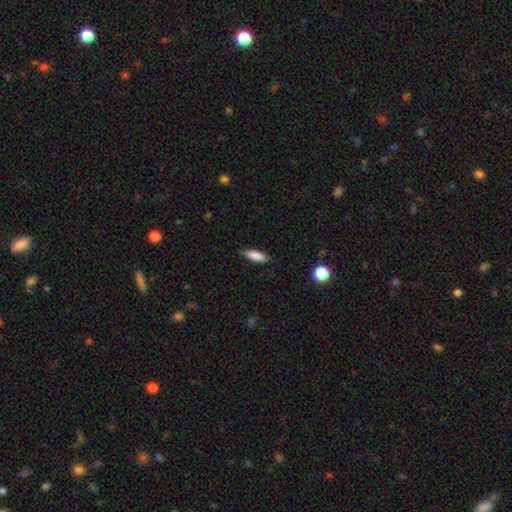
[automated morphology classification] A smooth galaxy with no disk features (84%) that is in between round and cigar-shaped (54%).

Vote fractions:
- Smooth or featured? smooth: 84% / featured or disk: 10% / star or artifact: 7%
- How rounded? in between: 54% / cigar-shaped: 44% / round: 2%
- Merging? none: 86% / minor disturbance: 11% / major disturbance: 2% / merger: 1%